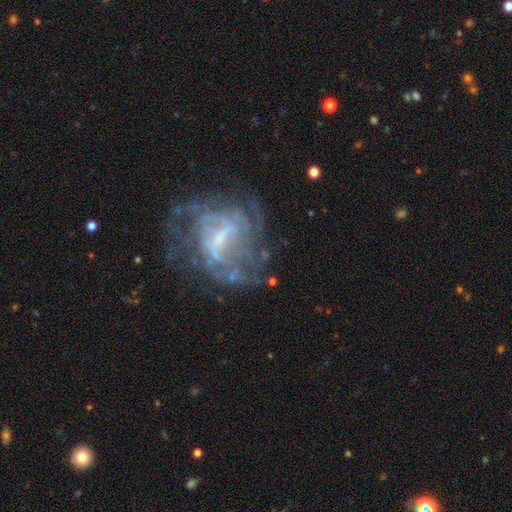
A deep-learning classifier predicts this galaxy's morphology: Smooth or featured?
  - featured or disk: 78% *
  - star or artifact: 11%
  - smooth: 11%
Edge-on disk?
  - no: 96% *
  - yes: 4%
Bar?
  - weak: 52% *
  - strong: 26%
  - no: 22%
Spiral arms?
  - yes: 78% *
  - no: 22%
Spiral winding?
  - tight: 43% *
  - medium: 39%
  - loose: 18%
Spiral arm count?
  - can't tell: 52% *
  - 4: 13%
  - 2: 12%
  - 3: 12%
  - more than 4: 6%
  - 1: 5%
Bulge size?
  - small: 43% *
  - moderate: 28%
  - none: 24%
  - large: 4%
  - dominant: 1%
Merging?
  - none: 58% *
  - major disturbance: 21%
  - minor disturbance: 18%
  - merger: 3%